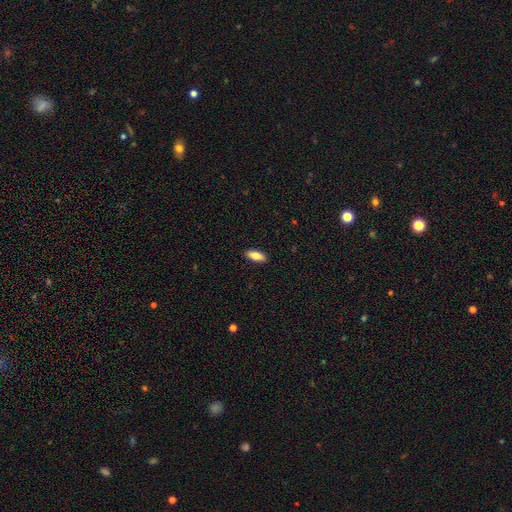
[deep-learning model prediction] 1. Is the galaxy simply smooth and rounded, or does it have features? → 80% smooth, 13% featured or disk, 6% star or artifact.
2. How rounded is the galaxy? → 78% in between, 19% cigar-shaped, 2% round.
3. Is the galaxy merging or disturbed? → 90% none, 7% minor disturbance, 2% major disturbance, 1% merger.